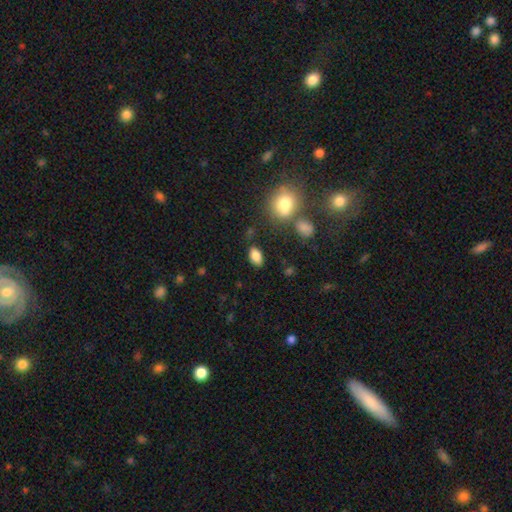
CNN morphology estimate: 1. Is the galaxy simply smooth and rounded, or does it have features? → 84% smooth, 9% star or artifact, 6% featured or disk.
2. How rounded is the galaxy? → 90% in between, 7% round, 3% cigar-shaped.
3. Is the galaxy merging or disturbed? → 80% none, 13% minor disturbance, 4% merger, 4% major disturbance.